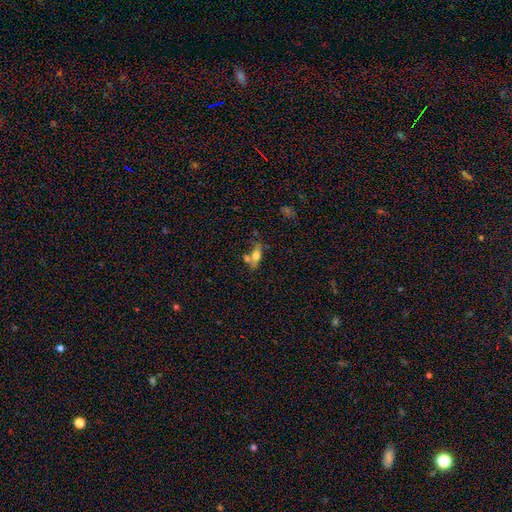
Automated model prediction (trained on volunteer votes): The model was most divided on "smooth or featured": smooth: 54%, featured or disk: 36%, star or artifact: 9%. More confident: how rounded — in between (62%); merging — none (50%).